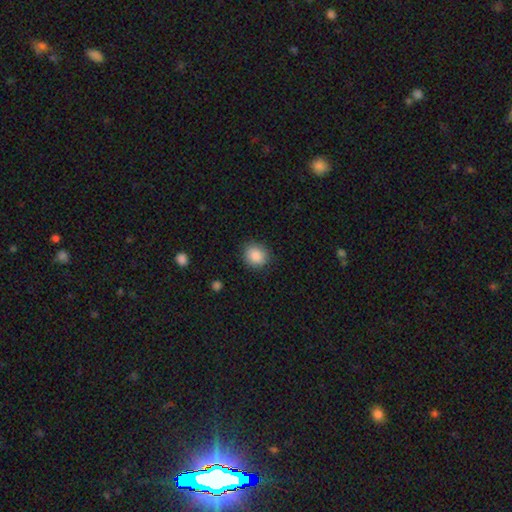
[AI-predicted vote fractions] This is clearly a smooth galaxy (88%). How rounded: likely round (79%). Merging: clearly none (87%).